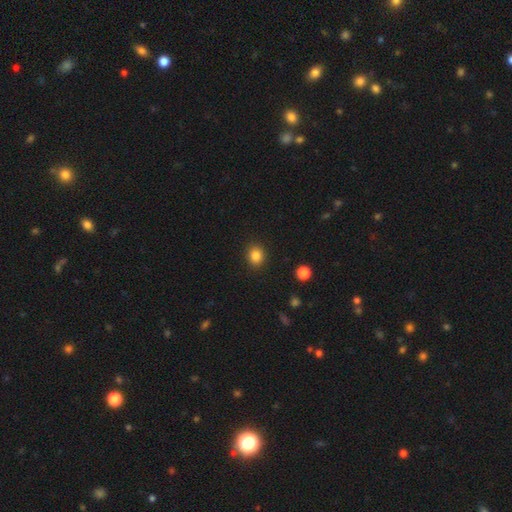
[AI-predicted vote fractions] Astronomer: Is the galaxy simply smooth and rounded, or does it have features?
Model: smooth — 85%.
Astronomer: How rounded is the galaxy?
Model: round — 77%.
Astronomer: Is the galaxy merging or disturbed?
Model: none — 90%.